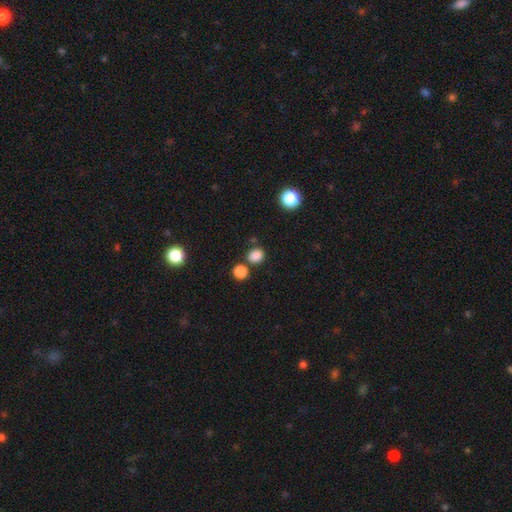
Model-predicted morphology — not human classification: Smooth or featured: smooth — 84% (star or artifact — 13%)
How rounded: round — 76% (in between — 23%)
Merging: none — 74% (merger — 13%)